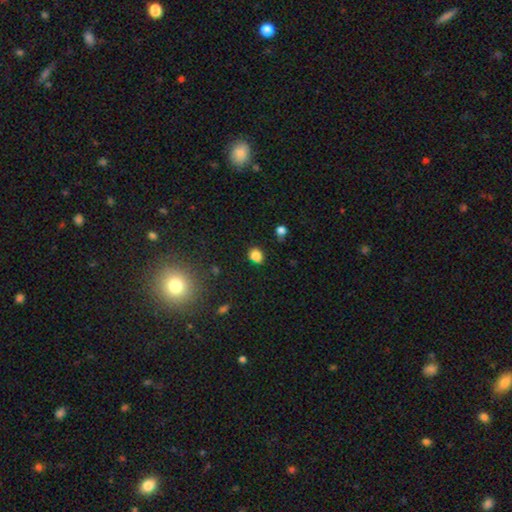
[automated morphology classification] Smooth or featured? Predicted: smooth (p=0.82). How rounded? Predicted: round (p=0.61). Merging? Predicted: none (p=0.78).